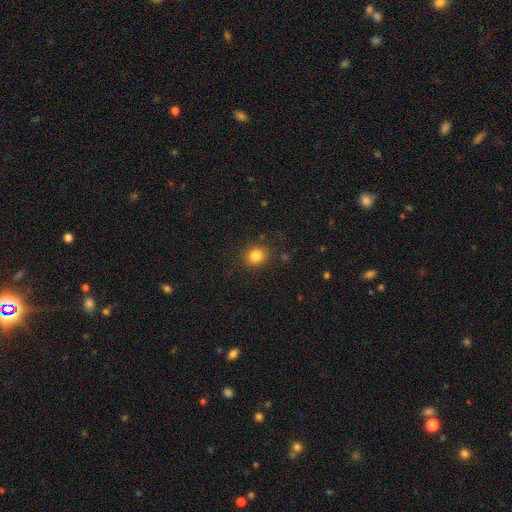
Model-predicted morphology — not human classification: smooth_or_featured: smooth (p=0.83) [alt: star or artifact p=0.12]
how_rounded: round (p=0.76) [alt: in between p=0.23]
merging: none (p=0.87) [alt: minor disturbance p=0.09]